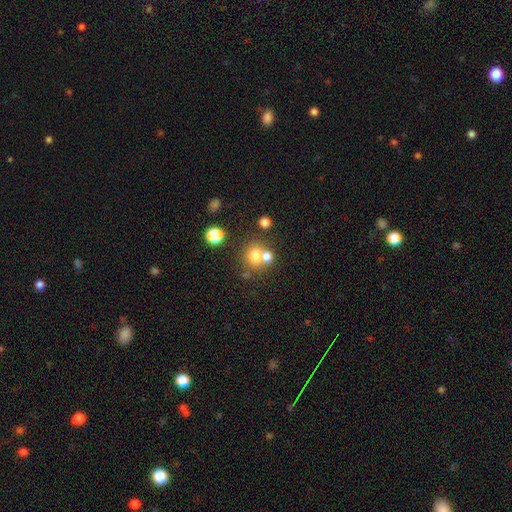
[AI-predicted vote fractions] The model was most divided on "merging": none: 46%, merger: 43%, minor disturbance: 7%, major disturbance: 4%. More confident: how rounded — round (81%); smooth or featured — smooth (72%).